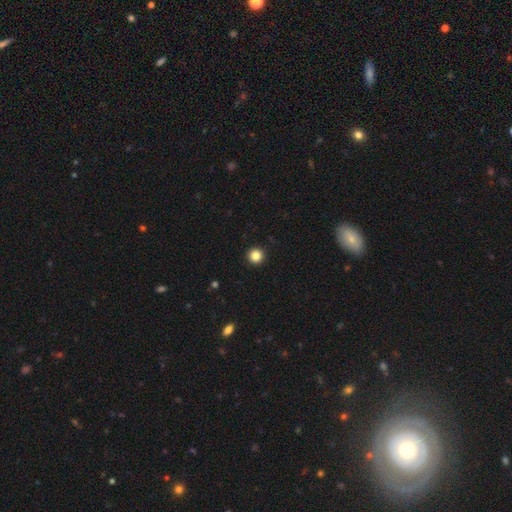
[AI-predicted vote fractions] Morphology: type=smooth (85%); roundness=round (96%); merging=none (94%).